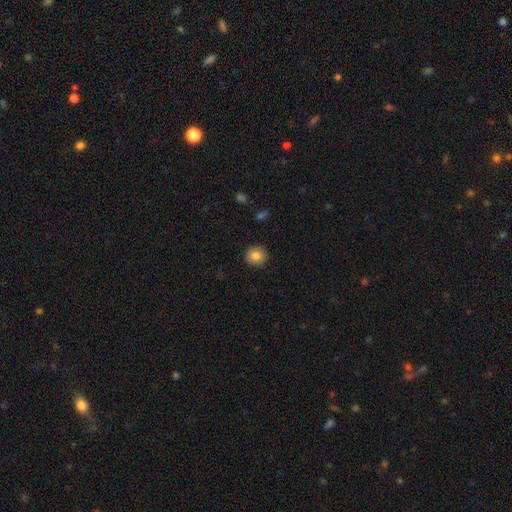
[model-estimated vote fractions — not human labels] This is clearly a smooth galaxy (83%). How rounded: clearly round (90%). Merging: clearly none (91%).